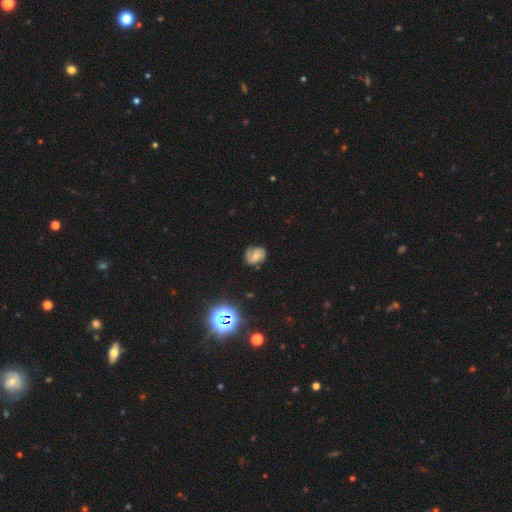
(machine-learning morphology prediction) A featured or disk galaxy (51%). Merging: none (68%).